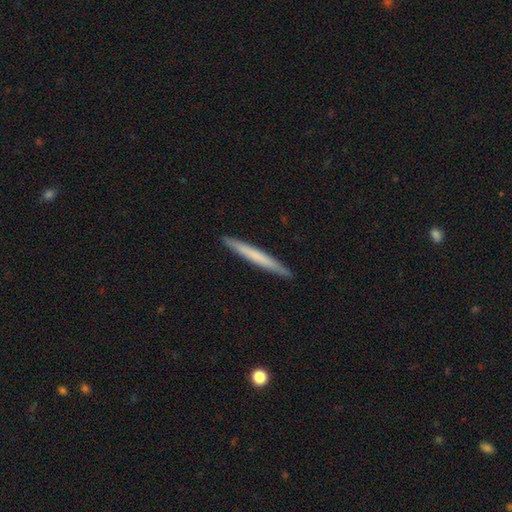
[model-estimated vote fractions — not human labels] A smooth galaxy with no disk features (62%) that is cigar-shaped (97%). Merging: none (92%).